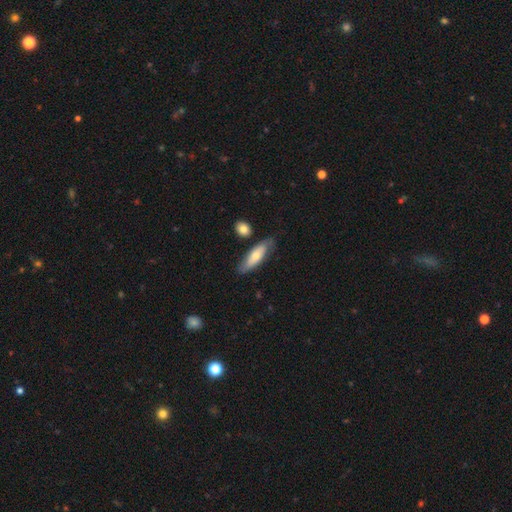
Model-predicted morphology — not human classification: smooth_or_featured: smooth (p=0.63) [alt: featured or disk p=0.31]
how_rounded: in between (p=0.53) [alt: cigar-shaped p=0.45]
merging: none (p=0.70) [alt: minor disturbance p=0.20]